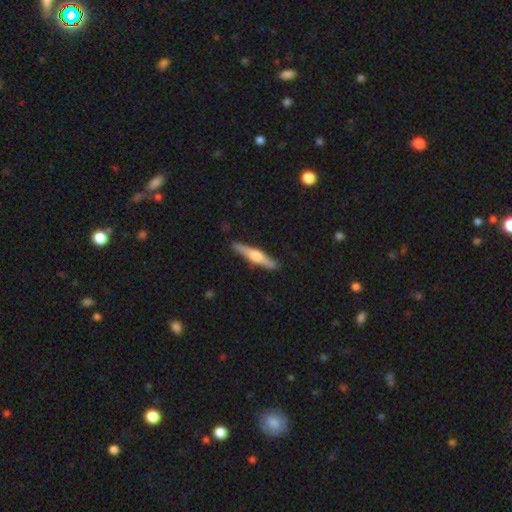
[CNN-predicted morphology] smooth-or-featured: featured or disk: 61% | smooth: 34% | star or artifact: 5%
  disk-edge-on: yes: 96% | no: 4%
    edge-on-bulge: rounded: 91% | boxy: 5% | none: 4%
  merging: none: 90% | minor disturbance: 7% | major disturbance: 1% | merger: 1%